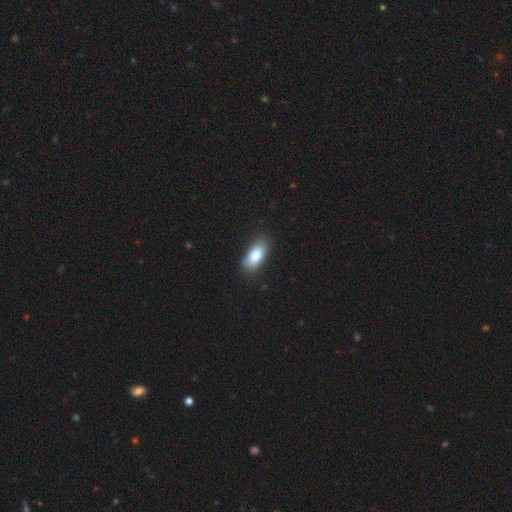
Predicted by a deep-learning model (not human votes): The model was most divided on "smooth or featured": smooth: 80%, featured or disk: 13%, star or artifact: 7%. More confident: how rounded — in between (87%); merging — none (83%).